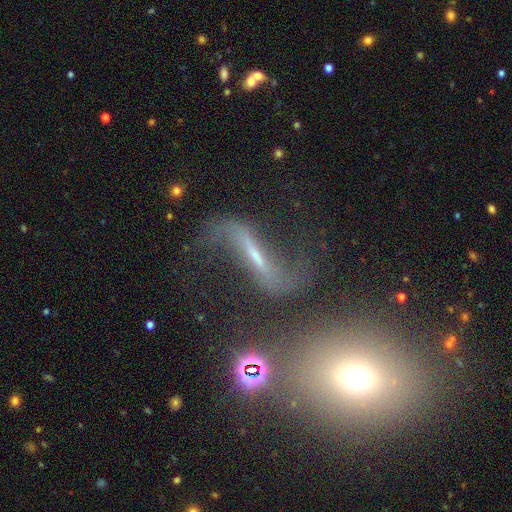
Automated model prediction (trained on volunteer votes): The model was most divided on "bulge size": small: 53%, moderate: 21%, none: 21%, large: 3%, dominant: 2%. More confident: spiral winding — loose (92%); spiral arm count — 2 (91%); spiral arms — yes (90%); edge-on disk — no (81%); smooth or featured — featured or disk (80%); bar — strong (62%); merging — none (53%).